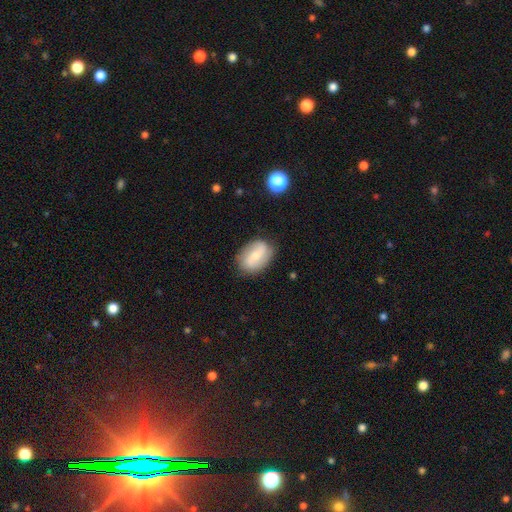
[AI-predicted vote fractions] Morphology: type=featured or disk (54%); edge-on=no (96%); bar=weak (42%); spiral arms=yes (82%); bulge=small (52%); merging=none (79%).